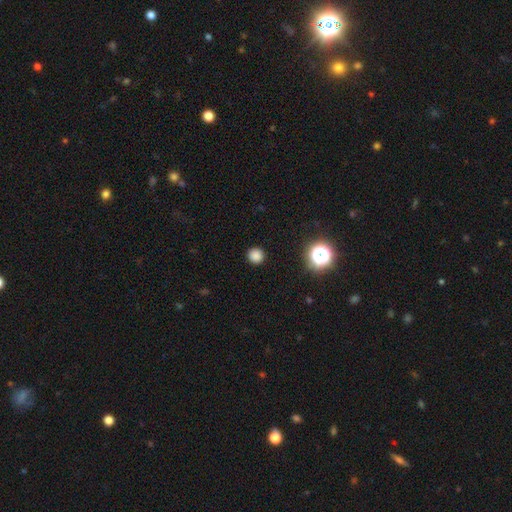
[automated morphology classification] A smooth galaxy with no disk features (82%) that is round (94%).

Vote fractions:
- Smooth or featured? smooth: 82% / star or artifact: 14% / featured or disk: 3%
- How rounded? round: 94% / in between: 5% / cigar-shaped: 1%
- Merging? none: 92% / minor disturbance: 5% / major disturbance: 2% / merger: 1%